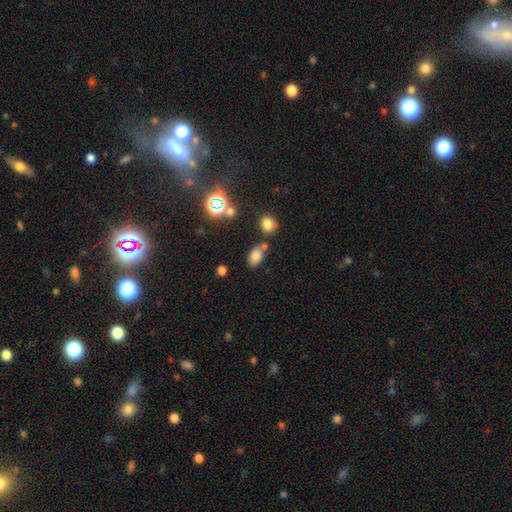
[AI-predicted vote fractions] Smooth or featured? smooth (75%)
How rounded? in between (85%)
Merging? none (62%)